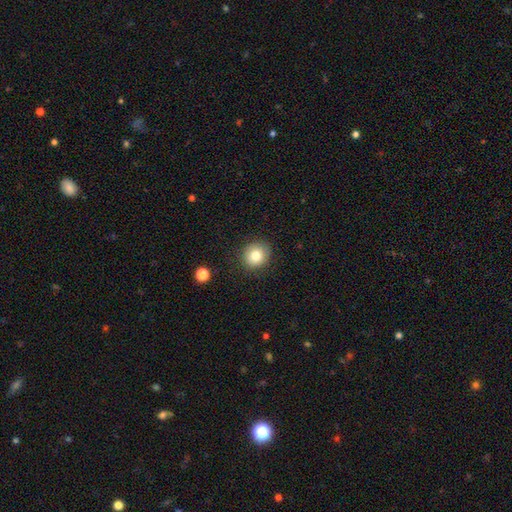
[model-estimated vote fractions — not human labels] Smooth or featured?
  - smooth: 80% *
  - star or artifact: 10%
  - featured or disk: 9%
How rounded?
  - round: 81% *
  - in between: 18%
  - cigar-shaped: 1%
Merging?
  - none: 86% *
  - minor disturbance: 10%
  - major disturbance: 3%
  - merger: 1%